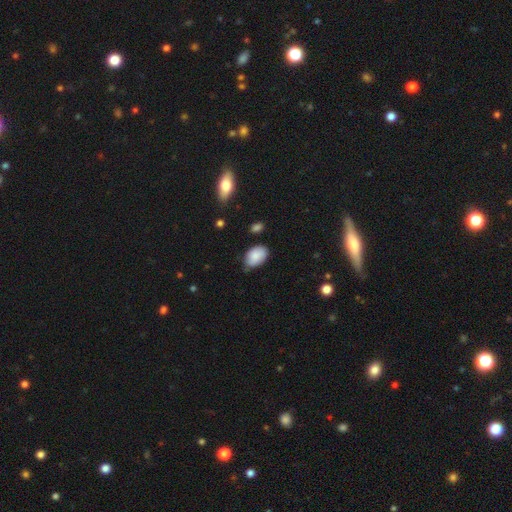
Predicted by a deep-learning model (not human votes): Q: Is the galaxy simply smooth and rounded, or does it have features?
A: smooth — 86%.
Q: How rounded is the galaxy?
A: in between — 89%.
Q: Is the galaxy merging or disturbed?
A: none — 69%.